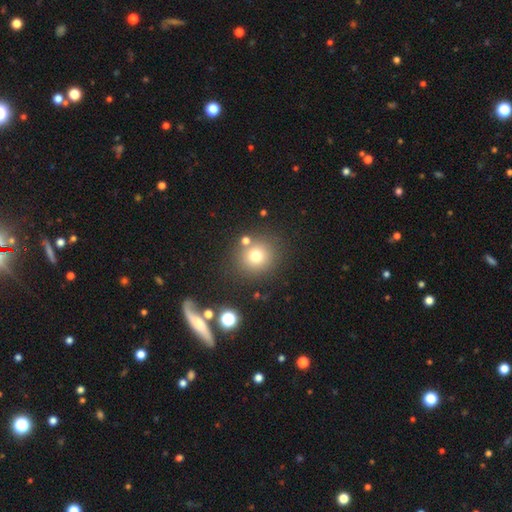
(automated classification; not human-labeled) smooth_or_featured: smooth (p=0.73) [alt: star or artifact p=0.16]
how_rounded: round (p=0.90) [alt: in between p=0.09]
merging: none (p=0.80) [alt: merger p=0.08]